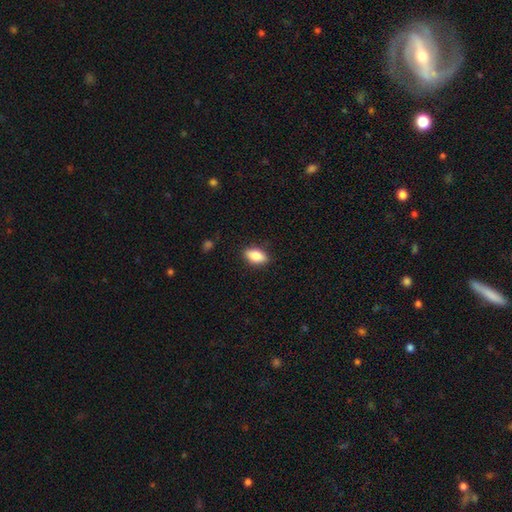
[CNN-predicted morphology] Smooth or featured? smooth (83%)
How rounded? in between (87%)
Merging? none (86%)